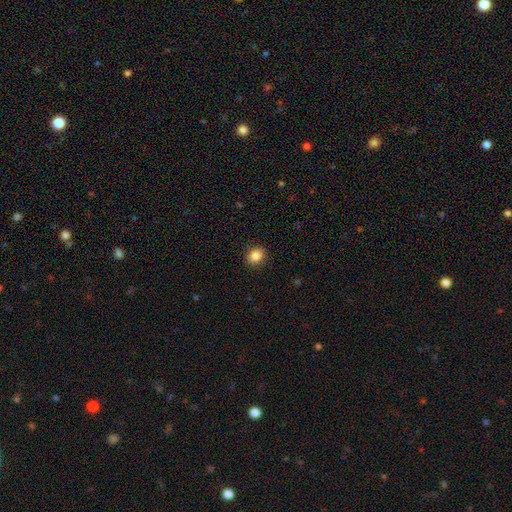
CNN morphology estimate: Smooth or featured? smooth (86%)
How rounded? round (63%)
Merging? none (90%)